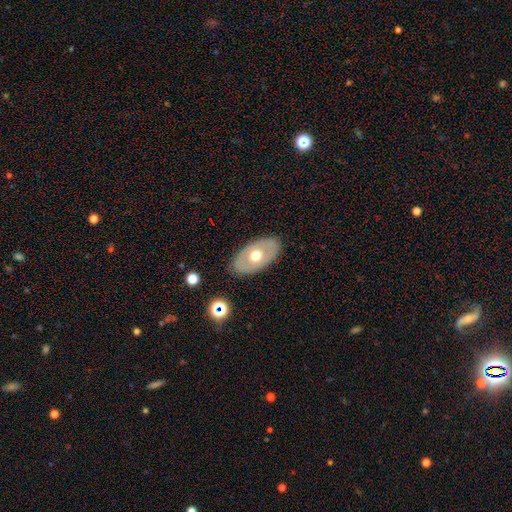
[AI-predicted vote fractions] A smooth galaxy with no disk features (47%, tied with featured or disk).

Vote fractions:
- Smooth or featured? smooth: 47% (tied) / featured or disk: 47% (tied) / star or artifact: 6%
- Merging? none: 85% / minor disturbance: 11% / major disturbance: 3% / merger: 1%